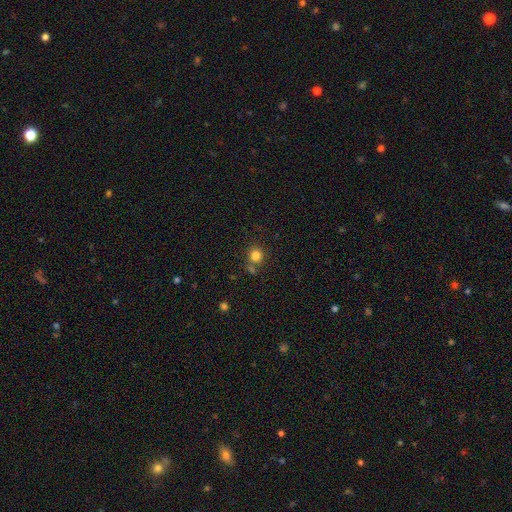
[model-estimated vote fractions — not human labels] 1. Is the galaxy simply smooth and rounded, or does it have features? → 81% smooth, 13% star or artifact, 6% featured or disk.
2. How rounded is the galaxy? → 89% round, 10% in between, 1% cigar-shaped.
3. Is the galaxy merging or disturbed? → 71% none, 16% merger, 10% minor disturbance, 3% major disturbance.